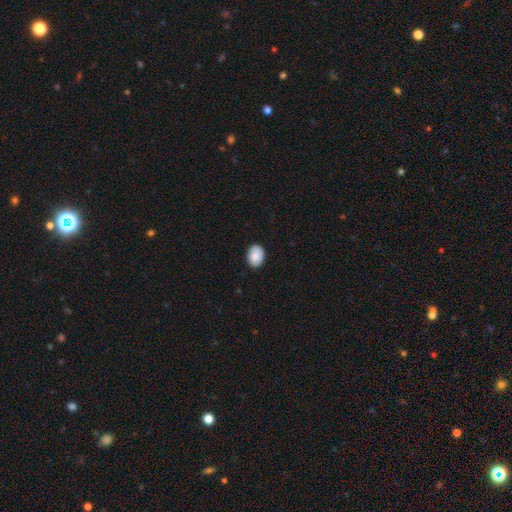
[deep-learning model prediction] Morphology: type=smooth (89%); roundness=in between (73%); merging=none (88%).